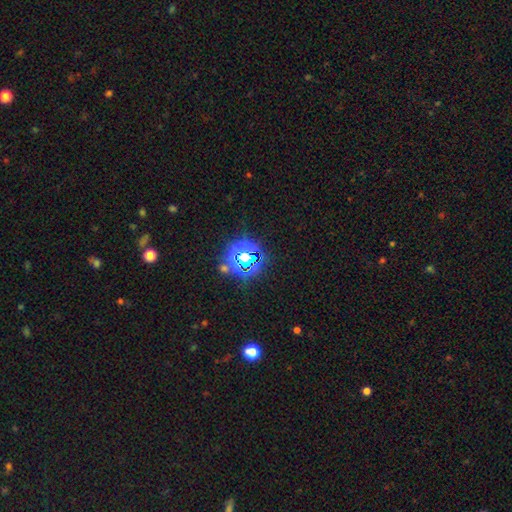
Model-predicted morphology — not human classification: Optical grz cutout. It shows a star or artifact, not a galaxy (73%).